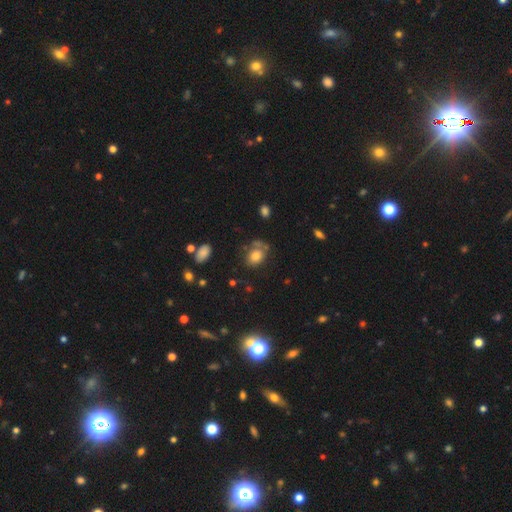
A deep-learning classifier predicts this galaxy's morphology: This appears to be a smooth galaxy with no disk features (73%) that is in between round and cigar-shaped (63%). Merging: none (53%).